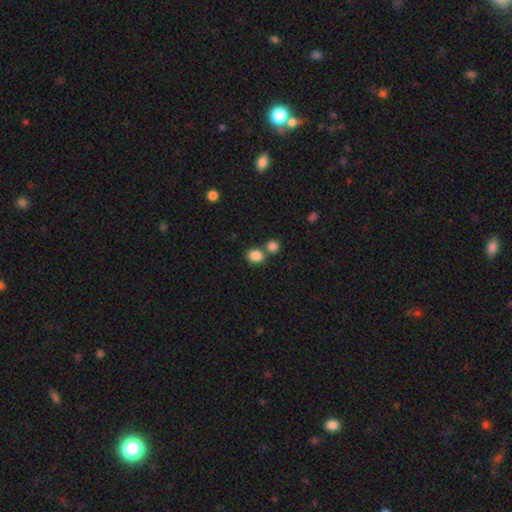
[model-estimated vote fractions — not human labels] The model was most divided on "merging": none: 58%, merger: 31%, minor disturbance: 8%, major disturbance: 3%. More confident: smooth or featured — smooth (85%); how rounded — round (67%).